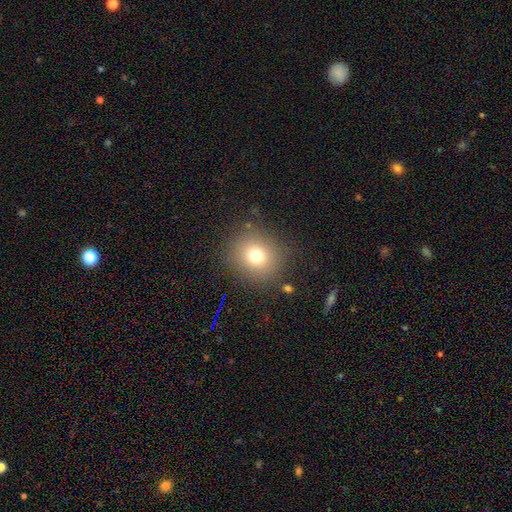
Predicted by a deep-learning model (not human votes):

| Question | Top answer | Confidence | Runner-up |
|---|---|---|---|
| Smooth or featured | smooth | 74% | star or artifact (15%) |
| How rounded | round | 80% | in between (19%) |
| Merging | none | 84% | minor disturbance (10%) |